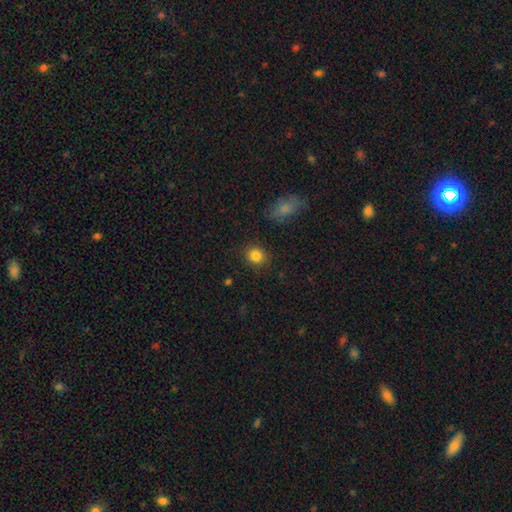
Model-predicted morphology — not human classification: Overall: smooth (85%). How rounded: round (79%). Merging: none (88%).